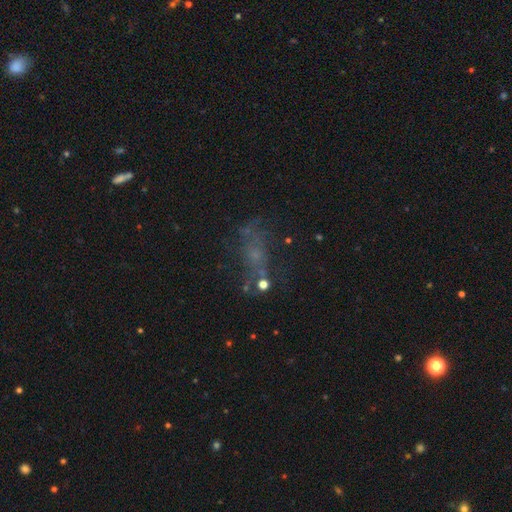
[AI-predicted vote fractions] Smooth or featured?
  - star or artifact: 36% *
  - featured or disk: 33%
  - smooth: 31%